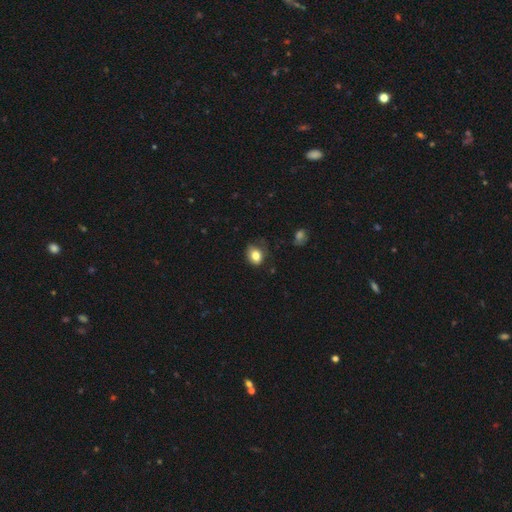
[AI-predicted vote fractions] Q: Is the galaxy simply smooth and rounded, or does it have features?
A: smooth — 80%.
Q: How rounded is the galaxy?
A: in between — 54%.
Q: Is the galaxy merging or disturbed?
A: none — 61%.